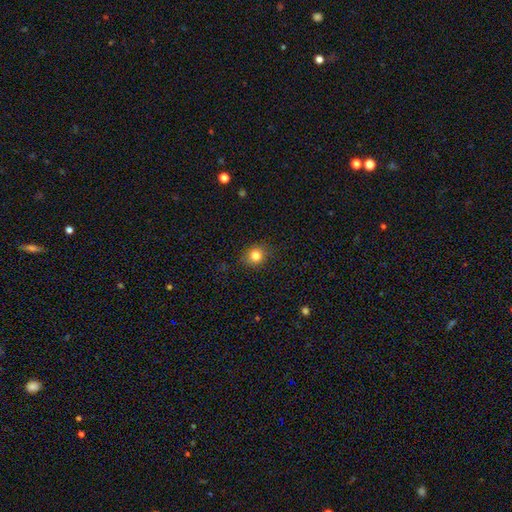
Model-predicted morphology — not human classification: The model was most divided on "how rounded": round: 77%, in between: 22%, cigar-shaped: 1%. More confident: merging — none (87%); smooth or featured — smooth (81%).